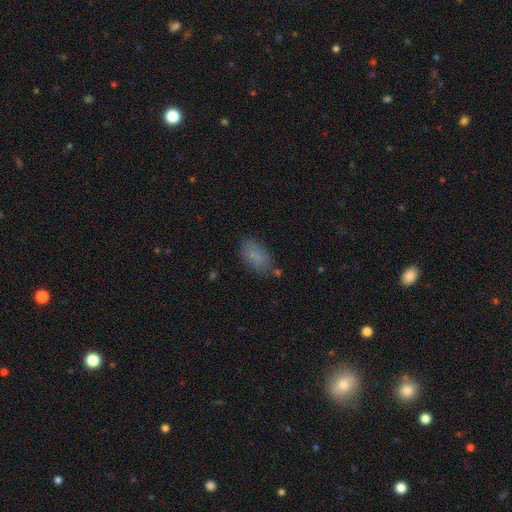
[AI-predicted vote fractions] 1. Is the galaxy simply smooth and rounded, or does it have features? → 80% smooth, 10% featured or disk, 9% star or artifact.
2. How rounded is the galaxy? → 90% in between, 7% cigar-shaped, 3% round.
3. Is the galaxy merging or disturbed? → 74% none, 17% minor disturbance, 5% major disturbance, 4% merger.